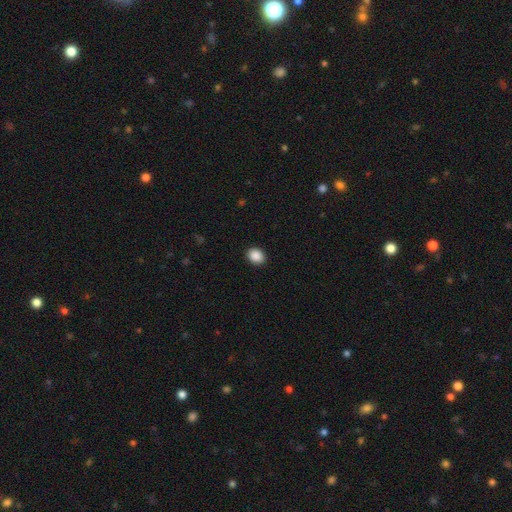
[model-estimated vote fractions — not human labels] A smooth galaxy with no disk features (90%) that is in between round and cigar-shaped (55%). Merging: none (91%).